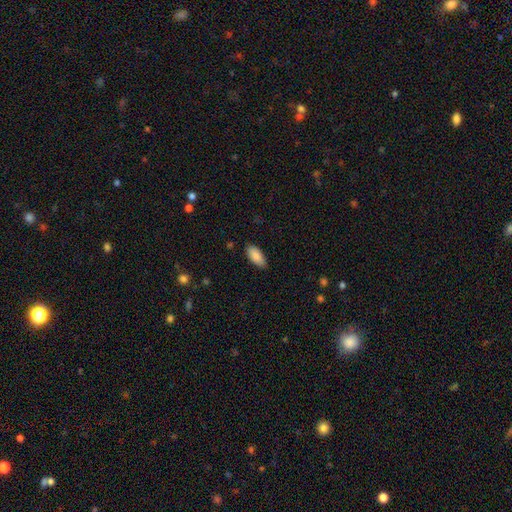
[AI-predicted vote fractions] A smooth galaxy with no disk features (87%) that is in between round and cigar-shaped (89%). Merging: none (85%).